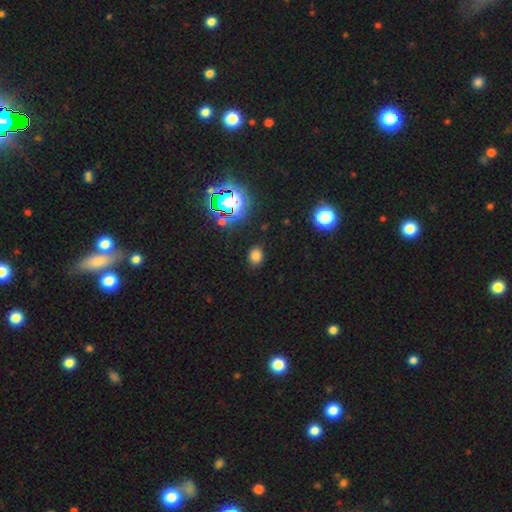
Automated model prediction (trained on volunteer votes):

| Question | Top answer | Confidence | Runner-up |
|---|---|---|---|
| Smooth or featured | smooth | 72% | star or artifact (23%) |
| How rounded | round | 53% | in between (45%) |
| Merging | none | 85% | minor disturbance (10%) |